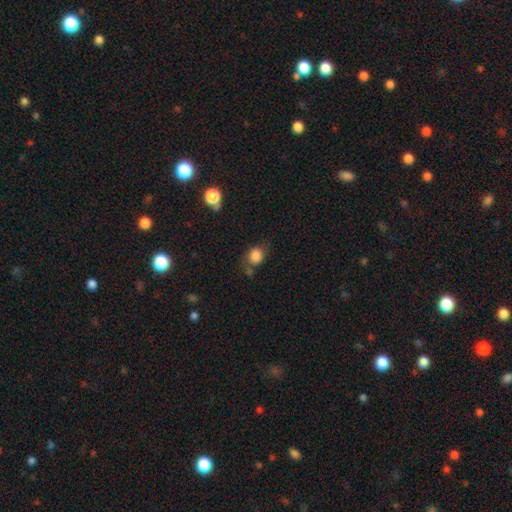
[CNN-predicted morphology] A smooth galaxy with no disk features (82%) that is round (55%). Merging: none (58%).